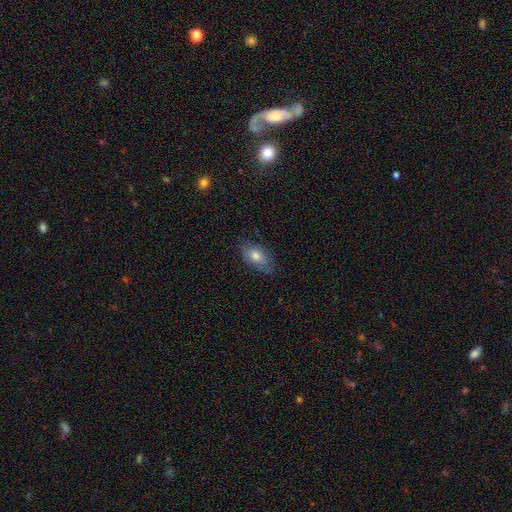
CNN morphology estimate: Overall: smooth (68%). How rounded: in between (90%). Merging: none (74%).